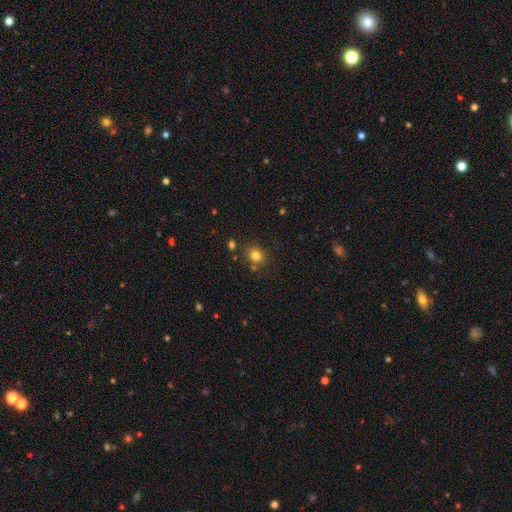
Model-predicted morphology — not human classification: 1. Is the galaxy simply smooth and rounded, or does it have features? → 79% smooth, 14% star or artifact, 7% featured or disk.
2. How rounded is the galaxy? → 78% round, 21% in between, 1% cigar-shaped.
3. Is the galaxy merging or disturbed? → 80% none, 11% minor disturbance, 6% merger, 3% major disturbance.